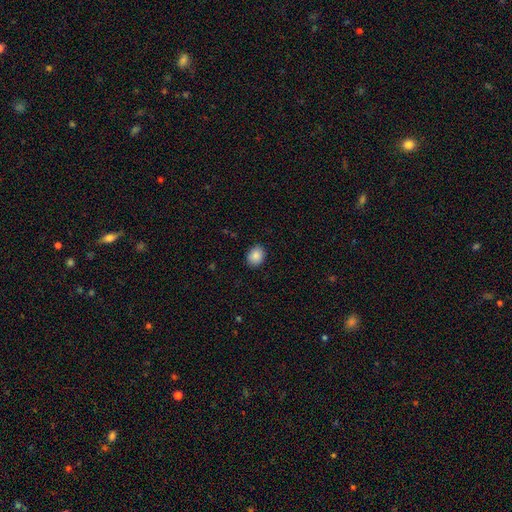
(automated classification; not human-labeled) Overall: smooth (88%). How rounded: in between (57%; round 42%). Merging: none (89%).